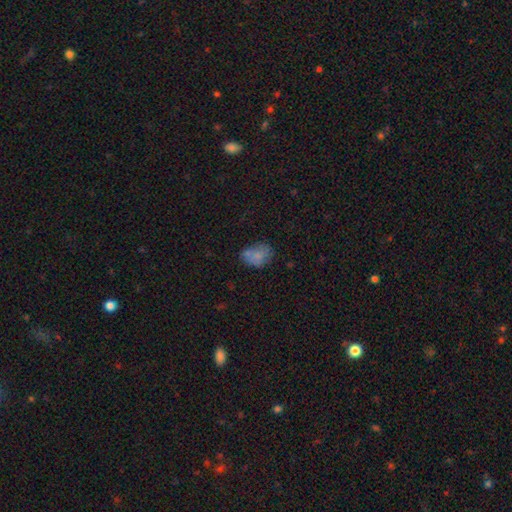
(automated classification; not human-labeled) Smooth or featured: smooth — 71% (featured or disk — 19%)
How rounded: in between — 69% (round — 29%)
Merging: none — 50% (minor disturbance — 25%)